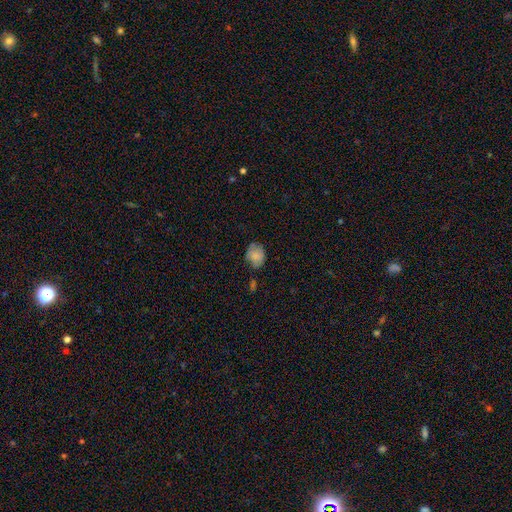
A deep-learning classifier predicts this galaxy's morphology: This is likely a smooth galaxy (79%). How rounded: possibly round (53%). Merging: possibly none (57%).